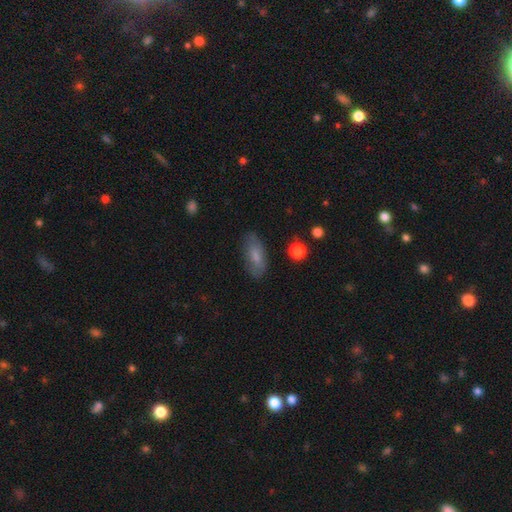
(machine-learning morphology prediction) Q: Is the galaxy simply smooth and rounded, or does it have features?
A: smooth — 73%.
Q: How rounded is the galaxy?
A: in between — 83%.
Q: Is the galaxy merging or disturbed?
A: none — 78%.